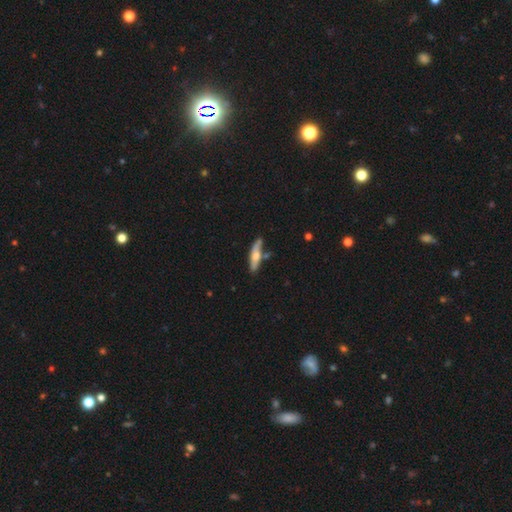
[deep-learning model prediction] A smooth galaxy with no disk features (50%).

Vote fractions:
- Smooth or featured? smooth: 50% / featured or disk: 44% / star or artifact: 6%
- Merging? none: 67% / minor disturbance: 20% / merger: 9% / major disturbance: 5%